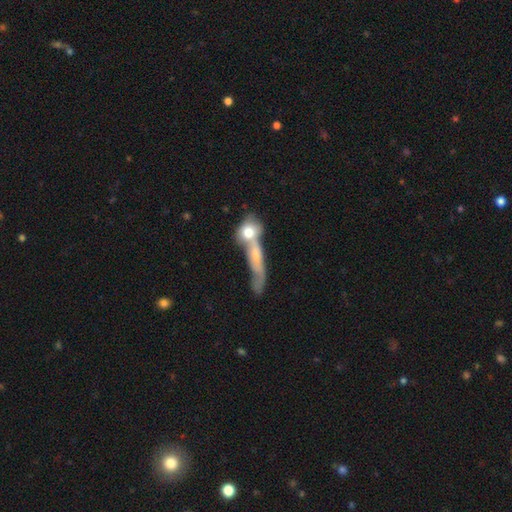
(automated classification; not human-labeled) smooth-or-featured: smooth: 55% | featured or disk: 36% | star or artifact: 8%
  how-rounded: cigar-shaped: 50% | in between: 31% | round: 19%
  merging: merger: 59% | none: 20% | major disturbance: 12% | minor disturbance: 9%